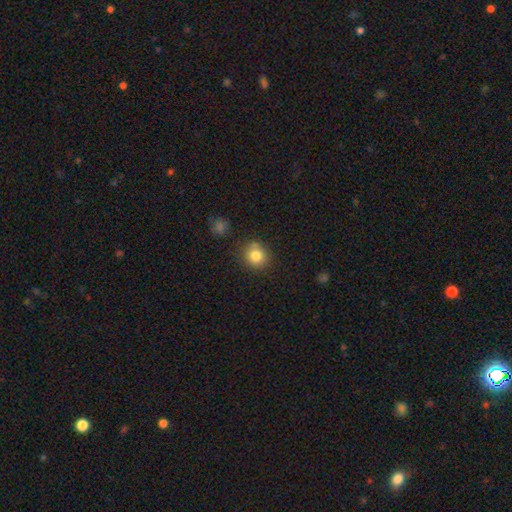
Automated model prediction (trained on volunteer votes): Smooth or featured? smooth (81%)
How rounded? round (87%)
Merging? none (78%)